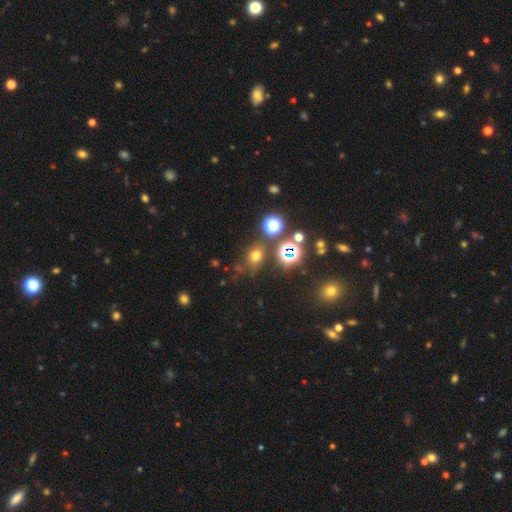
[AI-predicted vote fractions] Morphology: type=smooth (61%); roundness=round (51%); merging=none (75%).